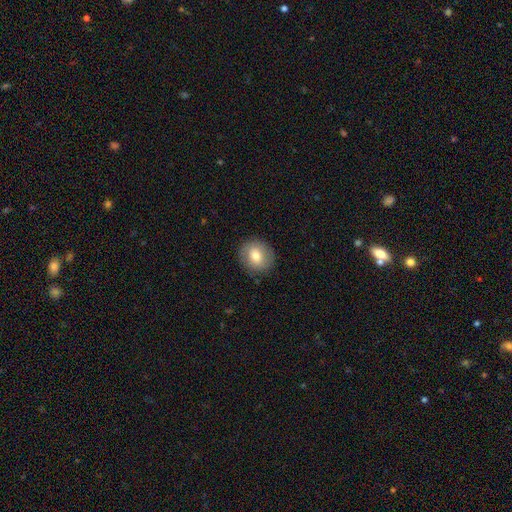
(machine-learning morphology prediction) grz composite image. It shows a smooth galaxy with no disk features (74%) that is round (83%). Merging: none (87%).